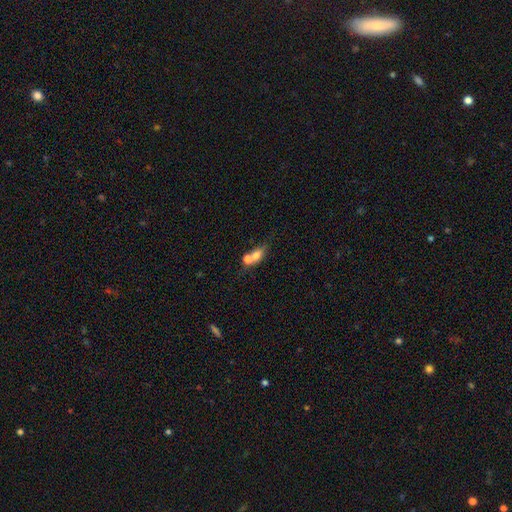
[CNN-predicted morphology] smooth-or-featured: smooth: 68% | featured or disk: 22% | star or artifact: 10%
  how-rounded: in between: 57% | round: 33% | cigar-shaped: 10%
  merging: merger: 58% | none: 28% | minor disturbance: 9% | major disturbance: 6%